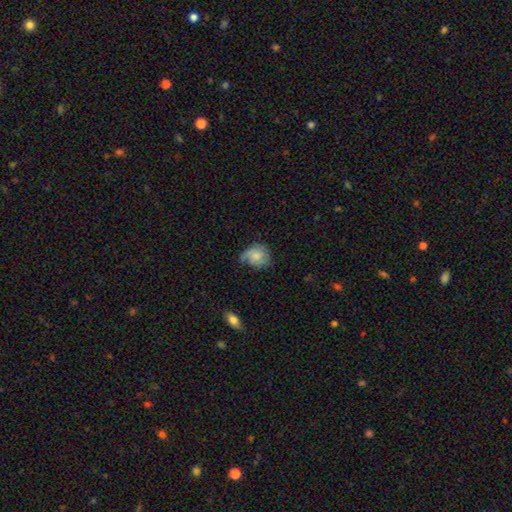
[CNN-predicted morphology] Smooth or featured? Predicted: smooth (p=0.66). How rounded? Predicted: round (p=0.64). Merging? Predicted: none (p=0.42).